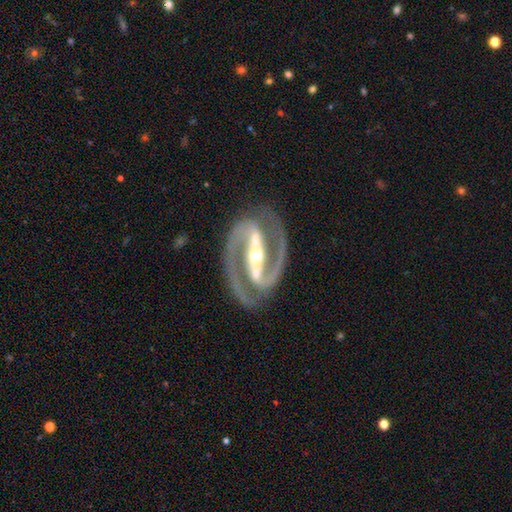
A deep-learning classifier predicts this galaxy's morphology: Overall: featured or disk (94%). Edge-on disk: no (97%). Bar: strong (86%). Spiral arms: yes (98%). Spiral arm count: 2 (95%). Spiral winding: medium (52%; tight 41%). Bulge size: moderate (54%; small 41%). Merging: none (85%).